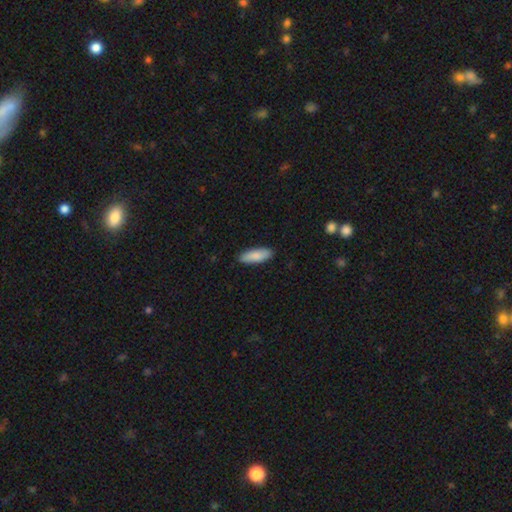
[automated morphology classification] Q: Smooth or featured?
A: smooth (87%); runner-up: featured or disk (7%)
Q: How rounded?
A: in between (65%); runner-up: cigar-shaped (33%)
Q: Merging?
A: none (88%); runner-up: minor disturbance (9%)